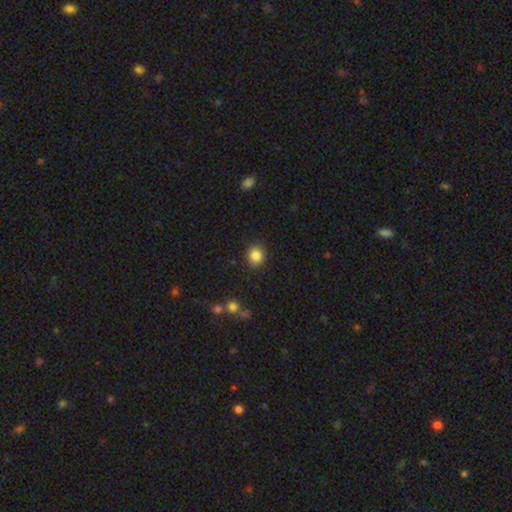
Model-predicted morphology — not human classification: This appears to be a smooth galaxy with no disk features (85%) that is round (78%). Merging: none (89%).